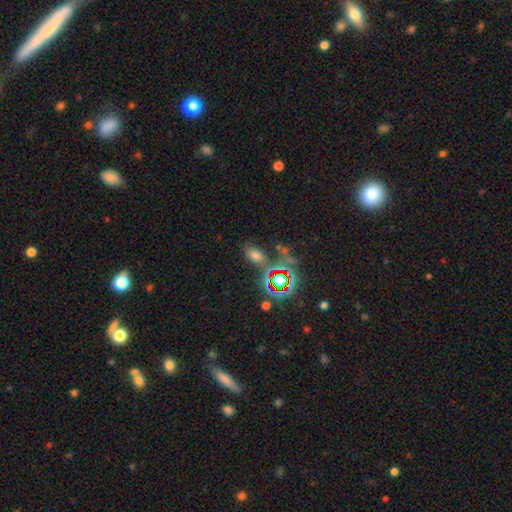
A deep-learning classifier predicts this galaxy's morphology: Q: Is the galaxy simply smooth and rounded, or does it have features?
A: smooth — 60%.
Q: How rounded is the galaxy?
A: in between — 85%.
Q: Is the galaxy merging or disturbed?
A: none — 71%.